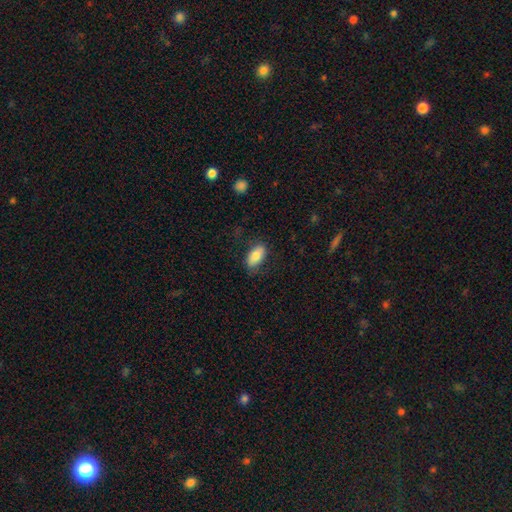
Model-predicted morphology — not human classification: A smooth galaxy with no disk features (79%) that is in between round and cigar-shaped (90%). Merging: none (79%).